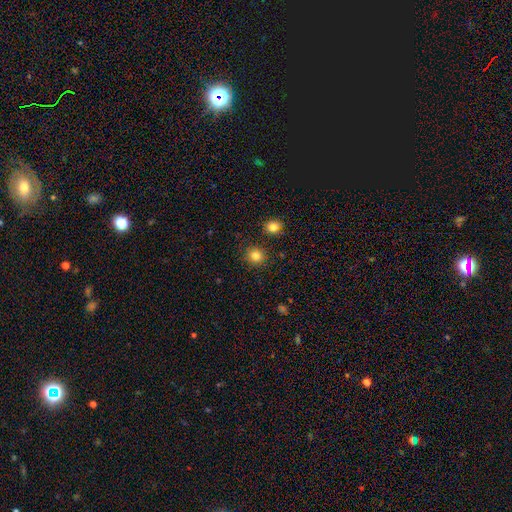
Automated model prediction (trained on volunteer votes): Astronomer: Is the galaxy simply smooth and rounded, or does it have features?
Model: smooth — 84%.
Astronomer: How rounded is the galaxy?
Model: round — 82%.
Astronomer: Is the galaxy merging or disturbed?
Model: none — 86%.